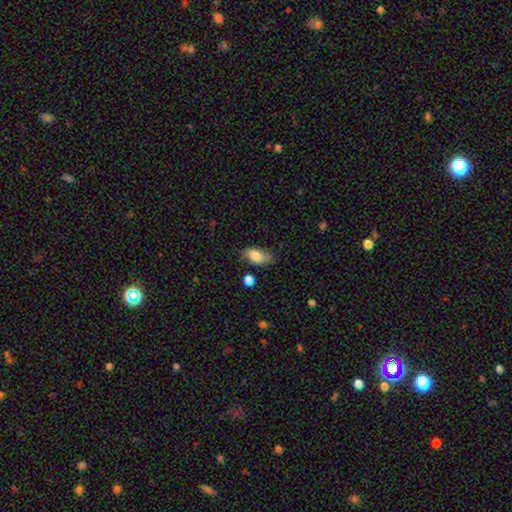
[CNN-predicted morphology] This appears to be a smooth galaxy with no disk features (77%) that is in between round and cigar-shaped (89%). Merging: none (65%).